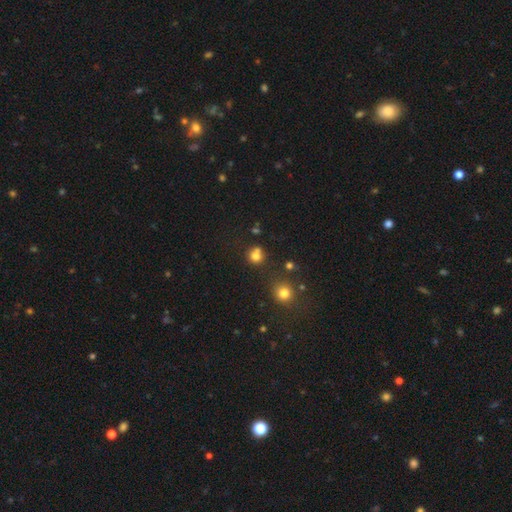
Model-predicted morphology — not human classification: This appears to be a smooth galaxy with no disk features (75%) that is round (87%). Merging: none (60%).